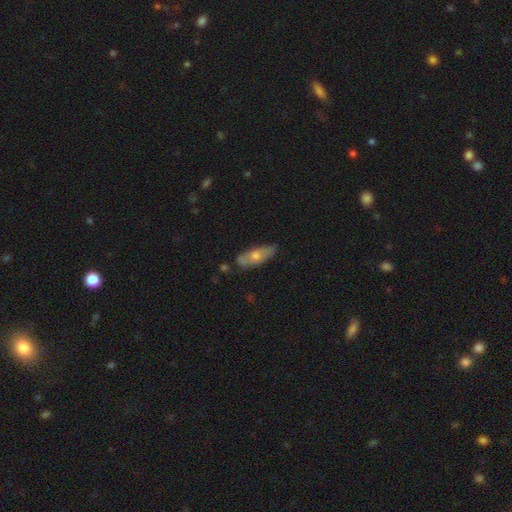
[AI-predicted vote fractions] Smooth or featured? Predicted: smooth (p=0.53). How rounded? Predicted: in between (p=0.60). Merging? Predicted: none (p=0.73).